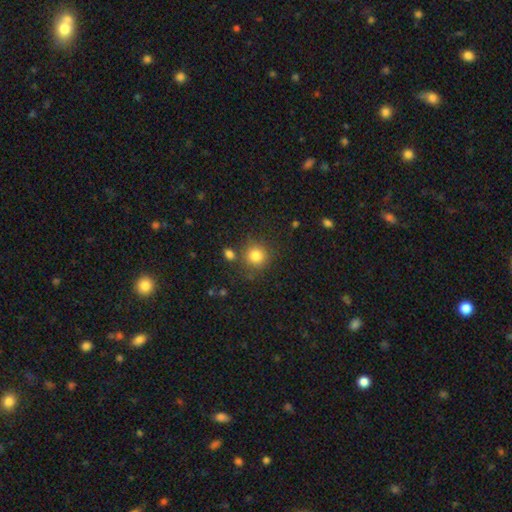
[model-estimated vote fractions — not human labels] smooth 82%, star or artifact 11%, featured or disk 7%. Down the decision tree: how rounded — round (90%); merging — none (76%).